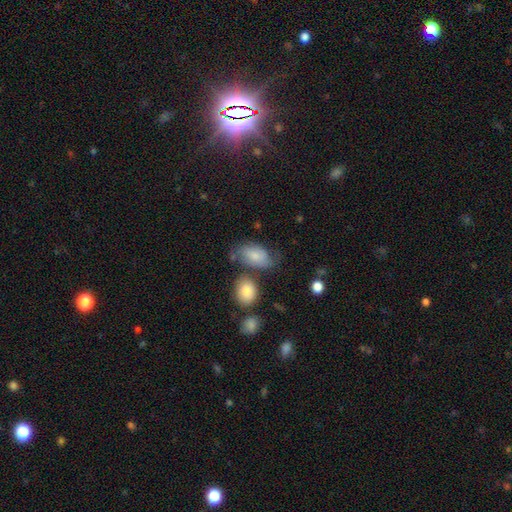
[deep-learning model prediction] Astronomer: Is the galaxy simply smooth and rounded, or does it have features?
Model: smooth — 75%.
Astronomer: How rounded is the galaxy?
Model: in between — 91%.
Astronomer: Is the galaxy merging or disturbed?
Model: none — 49% (runner-up: minor disturbance, 26%).